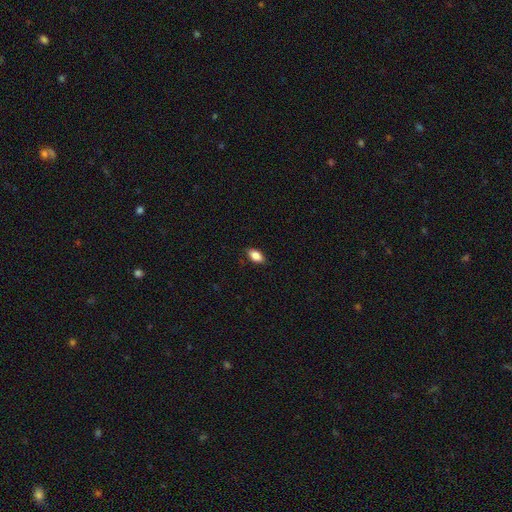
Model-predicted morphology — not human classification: smooth_or_featured: smooth (p=0.86) [alt: star or artifact p=0.07]
how_rounded: in between (p=0.91) [alt: round p=0.05]
merging: none (p=0.85) [alt: minor disturbance p=0.12]